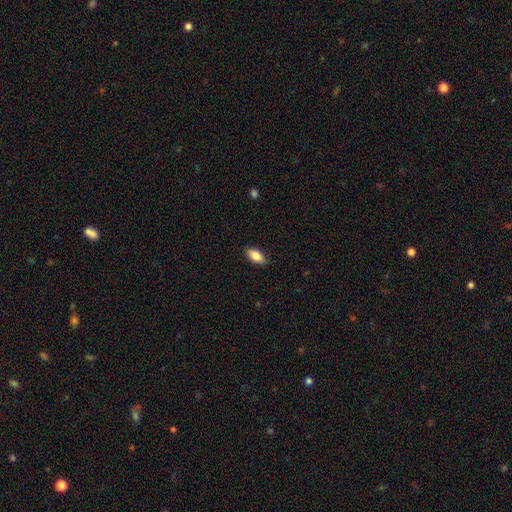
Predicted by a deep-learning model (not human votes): Q: Smooth or featured?
A: smooth (82%); runner-up: featured or disk (11%)
Q: How rounded?
A: in between (88%); runner-up: cigar-shaped (8%)
Q: Merging?
A: none (84%); runner-up: minor disturbance (13%)